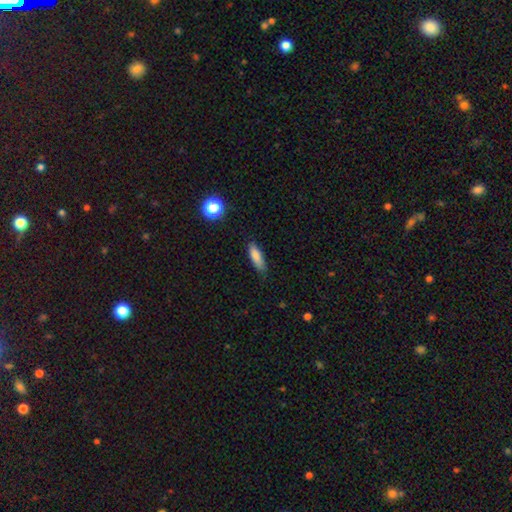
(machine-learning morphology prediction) This appears to be a smooth galaxy with no disk features (83%) that is cigar-shaped (53%). Merging: none (79%).